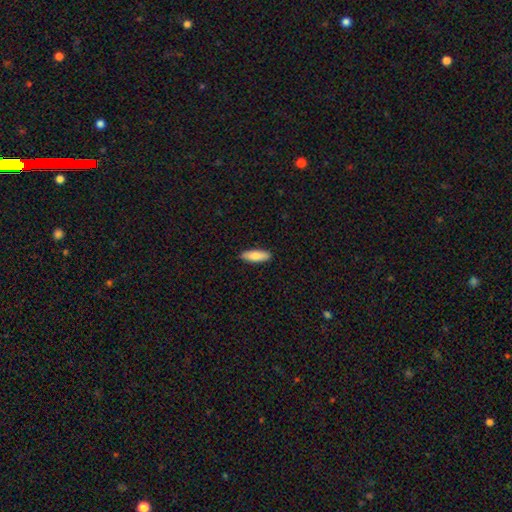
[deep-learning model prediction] The model was most divided on "how rounded": in between: 60%, cigar-shaped: 38%, round: 2%. More confident: merging — none (90%); smooth or featured — smooth (81%).